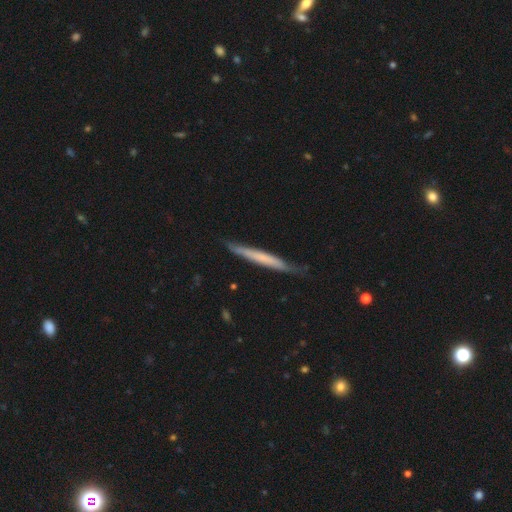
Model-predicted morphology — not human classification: The model was most divided on "smooth or featured": featured or disk: 49%, smooth: 44%, star or artifact: 6%. More confident: merging — none (79%).